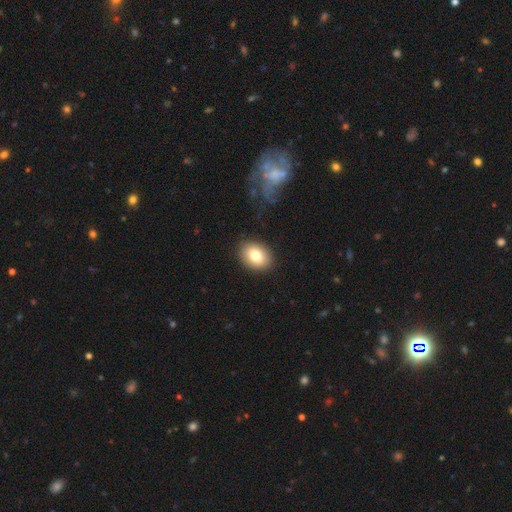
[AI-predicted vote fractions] smooth_or_featured: smooth (p=0.79) [alt: featured or disk p=0.12]
how_rounded: in between (p=0.70) [alt: round p=0.29]
merging: none (p=0.88) [alt: minor disturbance p=0.08]